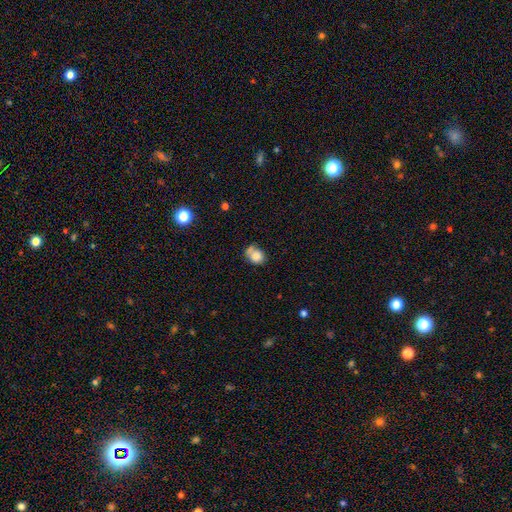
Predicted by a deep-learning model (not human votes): Smooth or featured?
  - smooth: 79% *
  - featured or disk: 11%
  - star or artifact: 10%
How rounded?
  - round: 58% *
  - in between: 41%
  - cigar-shaped: 1%
Merging?
  - none: 42% *
  - merger: 26%
  - minor disturbance: 22%
  - major disturbance: 10%